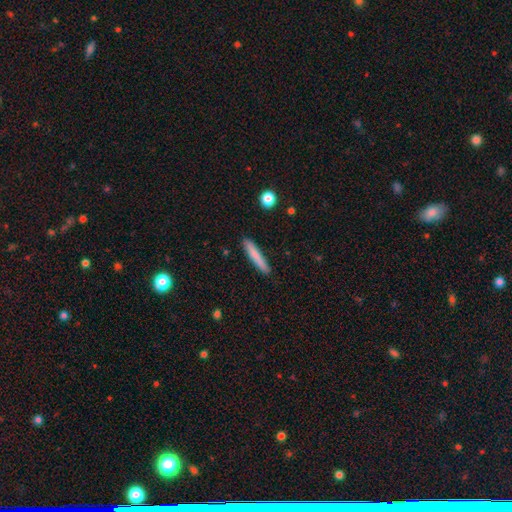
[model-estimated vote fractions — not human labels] smooth-or-featured: smooth: 75% | featured or disk: 19% | star or artifact: 6%
  how-rounded: cigar-shaped: 93% | in between: 5% | round: 1%
  merging: none: 90% | minor disturbance: 7% | major disturbance: 2% | merger: 1%